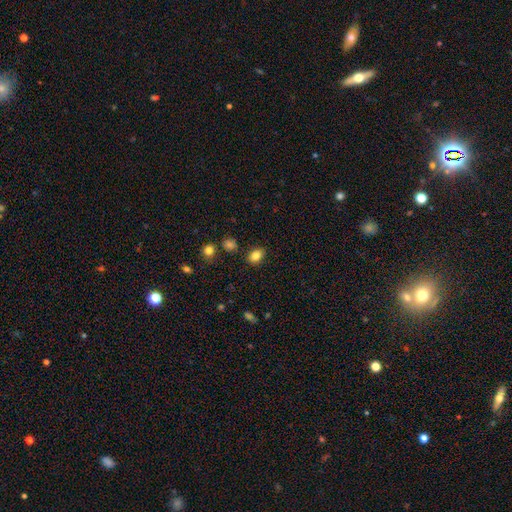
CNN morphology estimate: Smooth or featured? Predicted: smooth (p=0.84). How rounded? Predicted: in between (p=0.66). Merging? Predicted: none (p=0.84).